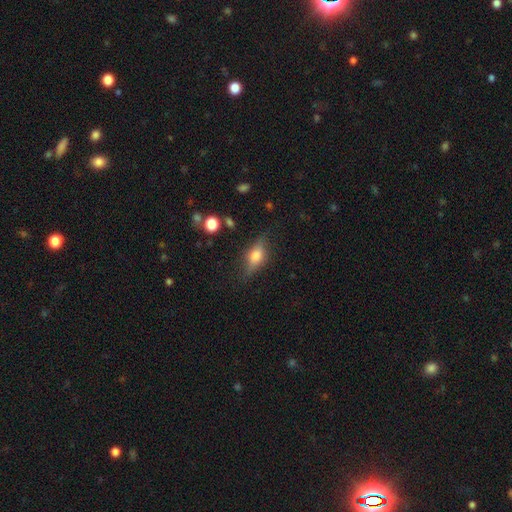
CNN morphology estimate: smooth 47%, featured or disk 44%, star or artifact 9%. Down the decision tree: merging — none (78%).